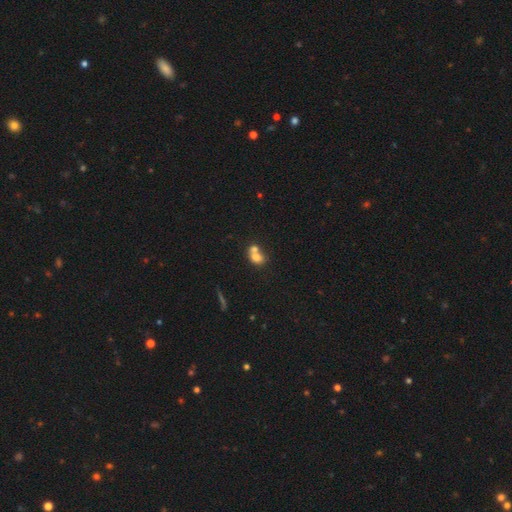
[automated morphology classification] This is likely a smooth galaxy (70%). How rounded: possibly in between (54%). Merging: likely merger (65%).